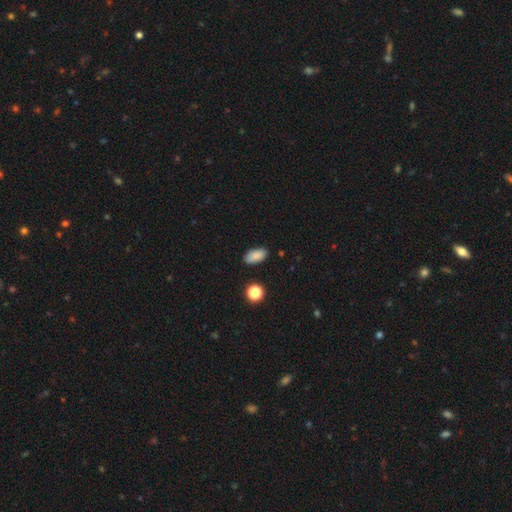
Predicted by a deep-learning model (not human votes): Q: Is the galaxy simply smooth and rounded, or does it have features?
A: smooth — 87%.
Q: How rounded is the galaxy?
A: in between — 91%.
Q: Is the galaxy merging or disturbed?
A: none — 86%.